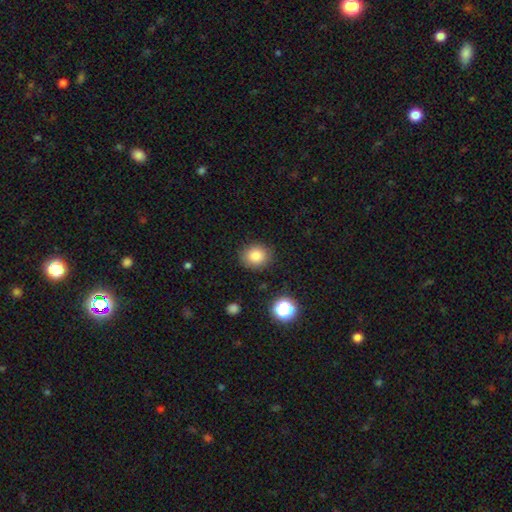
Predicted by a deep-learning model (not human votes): smooth_or_featured: smooth (p=0.84) [alt: star or artifact p=0.11]
how_rounded: round (p=0.77) [alt: in between p=0.22]
merging: none (p=0.86) [alt: minor disturbance p=0.10]